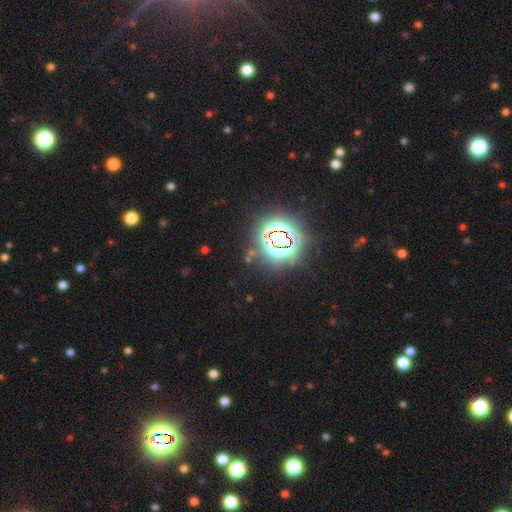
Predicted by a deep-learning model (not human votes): This is clearly a star or artifact rather than a galaxy (80%).